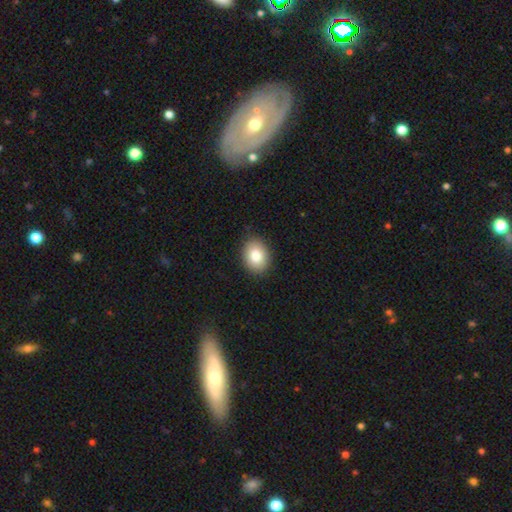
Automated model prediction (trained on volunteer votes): smooth 82%, featured or disk 9%, star or artifact 8%. Down the decision tree: how rounded — in between (66%); merging — none (88%).